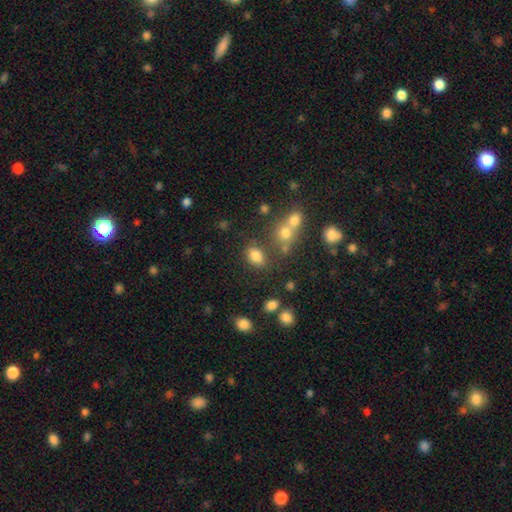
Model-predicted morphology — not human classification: Overall: smooth (80%). How rounded: in between (79%). Merging: none (68%).